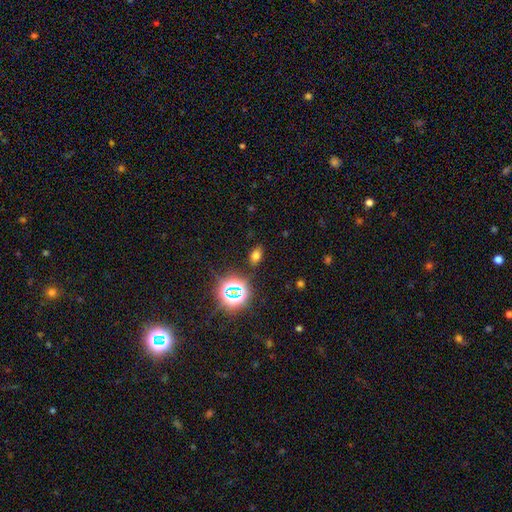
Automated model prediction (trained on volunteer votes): Morphology: type=smooth (64%); roundness=in between (84%); merging=none (85%).